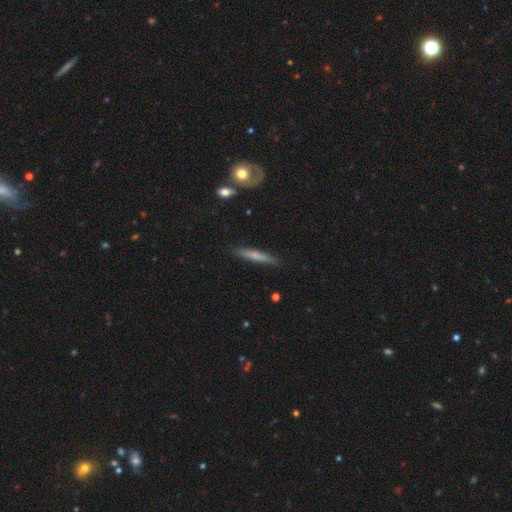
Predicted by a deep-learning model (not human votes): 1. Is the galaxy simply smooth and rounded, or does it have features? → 64% smooth, 30% featured or disk, 6% star or artifact.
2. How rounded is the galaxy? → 93% cigar-shaped, 6% in between, 2% round.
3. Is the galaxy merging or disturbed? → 88% none, 8% minor disturbance, 2% merger, 2% major disturbance.